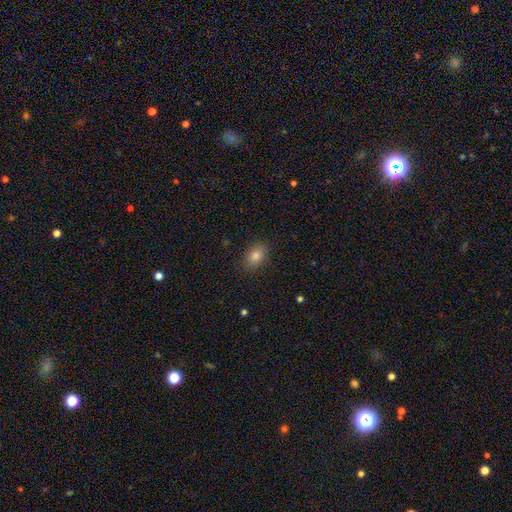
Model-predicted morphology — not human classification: The model was most divided on "how rounded": in between: 76%, round: 22%, cigar-shaped: 1%. More confident: merging — none (88%); smooth or featured — smooth (82%).